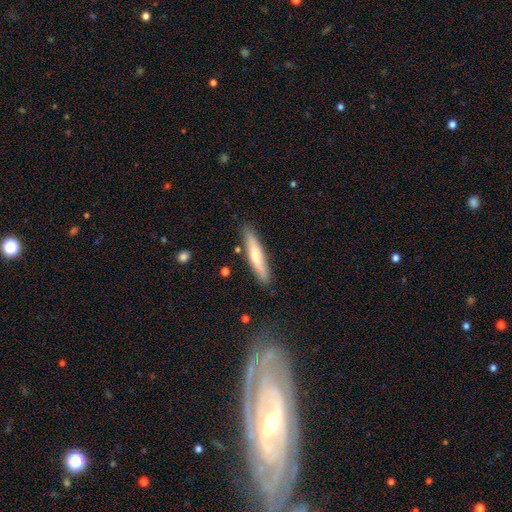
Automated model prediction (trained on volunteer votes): smooth-or-featured: smooth: 65% | featured or disk: 29% | star or artifact: 6%
  how-rounded: cigar-shaped: 87% | in between: 11% | round: 1%
  merging: none: 83% | minor disturbance: 12% | merger: 2% | major disturbance: 2%